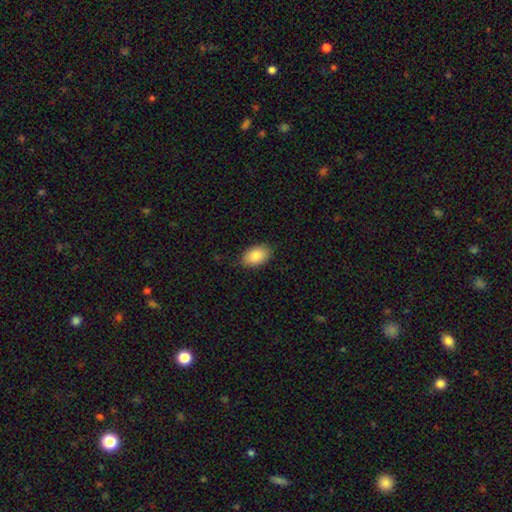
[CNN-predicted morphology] The model was most divided on "merging": none: 83%, minor disturbance: 14%, major disturbance: 3%, merger: 1%. More confident: how rounded — in between (90%); smooth or featured — smooth (86%).